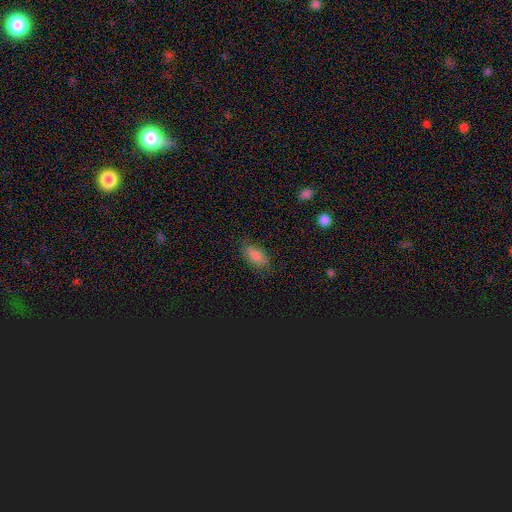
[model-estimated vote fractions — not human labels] smooth 81%, star or artifact 10%, featured or disk 8%. Down the decision tree: how rounded — in between (88%); merging — none (79%).